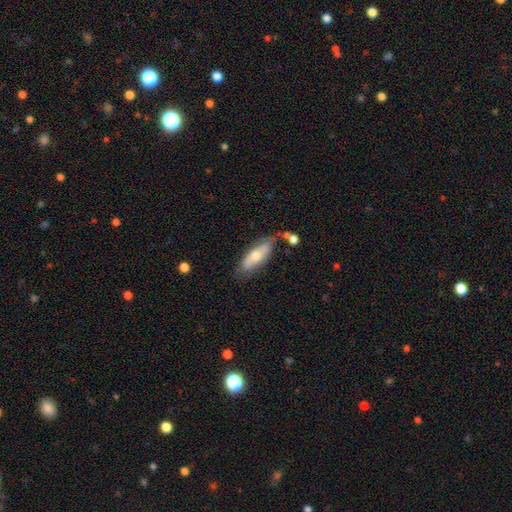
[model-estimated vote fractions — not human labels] smooth_or_featured: smooth (p=0.55) [alt: featured or disk p=0.39]
how_rounded: in between (p=0.58) [alt: cigar-shaped p=0.39]
merging: none (p=0.62) [alt: minor disturbance p=0.22]